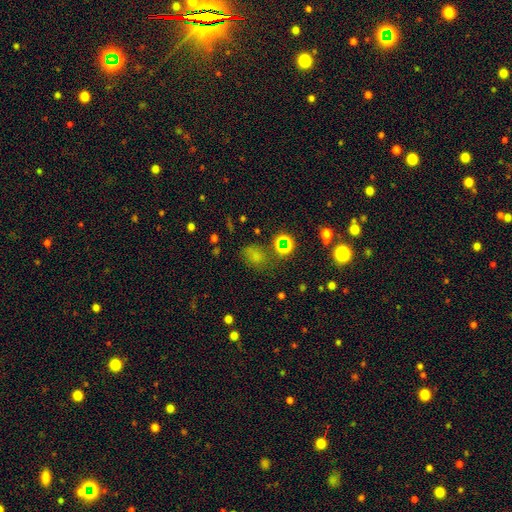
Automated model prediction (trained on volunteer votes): Smooth or featured? Predicted: smooth (p=0.57). How rounded? Predicted: in between (p=0.57). Merging? Predicted: none (p=0.60).